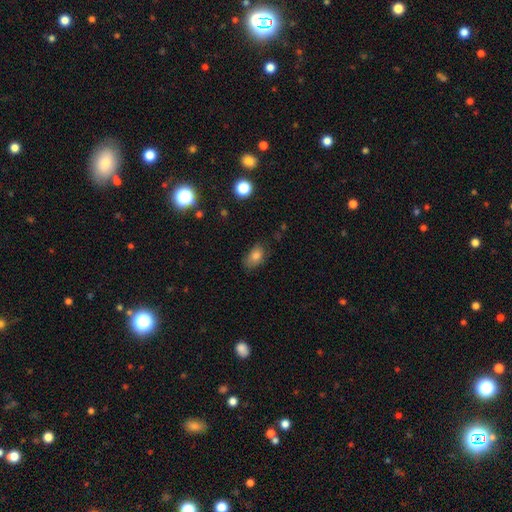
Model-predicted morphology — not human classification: This appears to be a smooth galaxy with no disk features (79%) that is in between round and cigar-shaped (85%). Merging: none (65%).